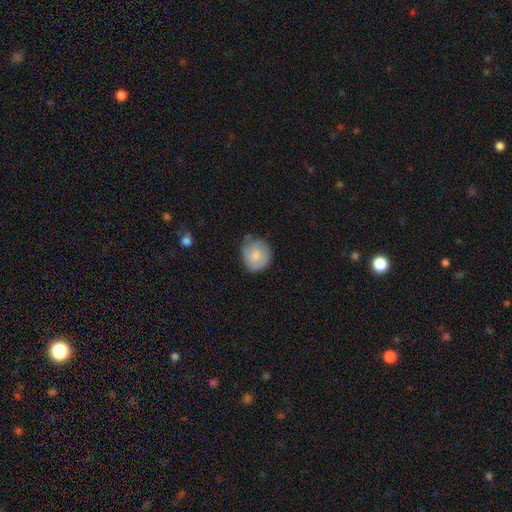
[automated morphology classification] Smooth or featured: smooth — 72% (featured or disk — 21%)
How rounded: round — 79% (in between — 20%)
Merging: none — 58% (minor disturbance — 34%)